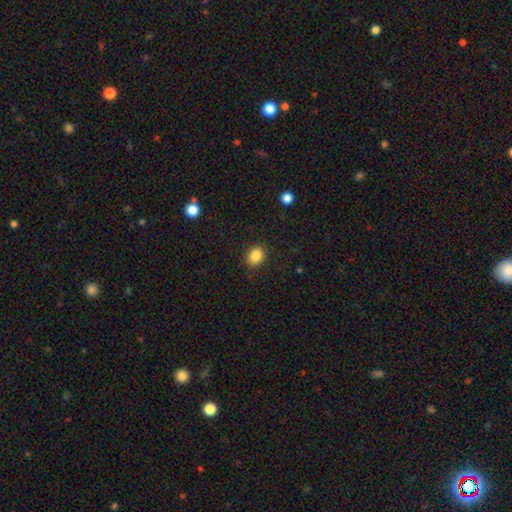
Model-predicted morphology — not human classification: Overall: smooth (86%). How rounded: round (53%; in between 46%). Merging: none (87%).